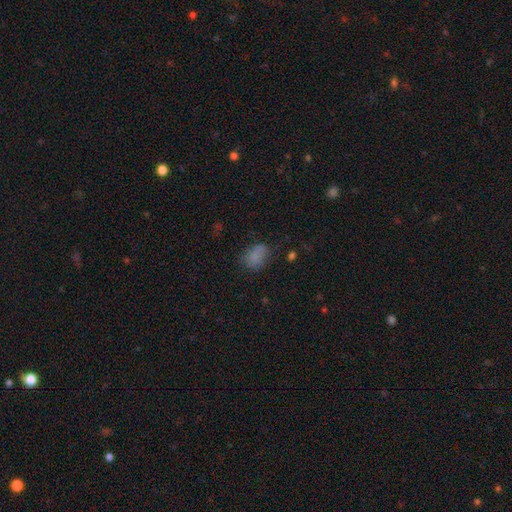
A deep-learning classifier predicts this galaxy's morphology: smooth-or-featured: smooth: 78% | star or artifact: 13% | featured or disk: 9%
  how-rounded: in between: 77% | round: 21% | cigar-shaped: 2%
  merging: none: 60% | minor disturbance: 25% | major disturbance: 12% | merger: 3%